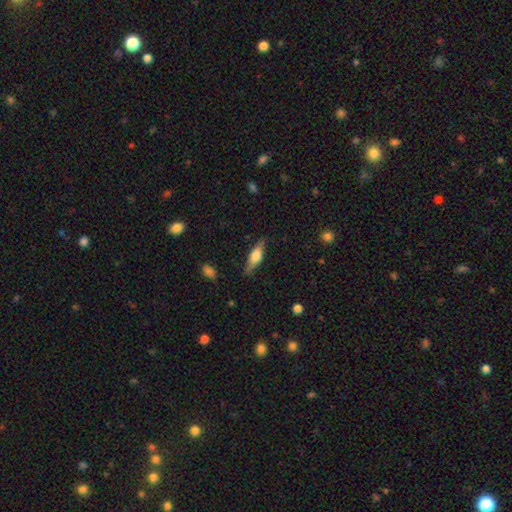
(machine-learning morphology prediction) The model was most divided on "smooth or featured": featured or disk: 50%, smooth: 44%, star or artifact: 6%. More confident: edge-on disk — yes (93%); merging — none (83%).